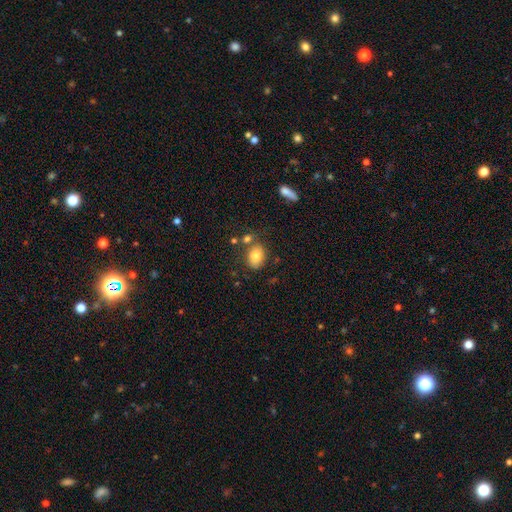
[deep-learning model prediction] smooth 80%, featured or disk 11%, star or artifact 9%. Down the decision tree: how rounded — in between (75%); merging — none (70%).